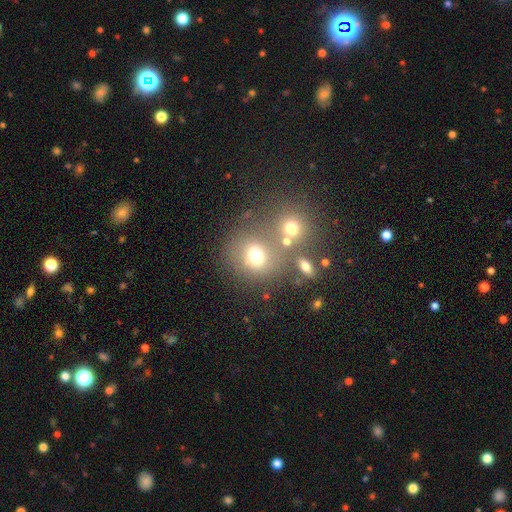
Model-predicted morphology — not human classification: A smooth galaxy with no disk features (69%) that is round (73%).

Vote fractions:
- Smooth or featured? smooth: 69% / star or artifact: 17% / featured or disk: 14%
- How rounded? round: 73% / in between: 25% / cigar-shaped: 1%
- Merging? none: 48% / merger: 33% / minor disturbance: 12% / major disturbance: 7%